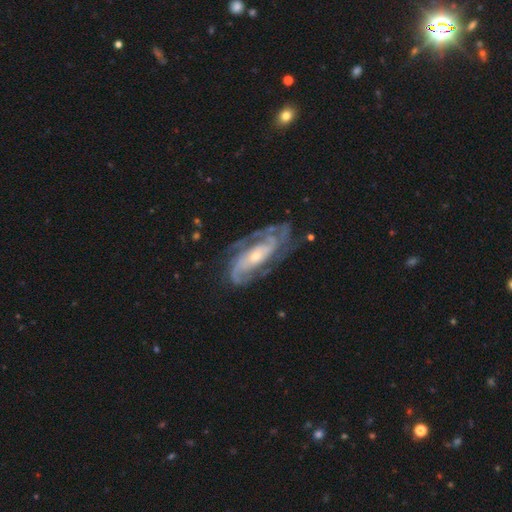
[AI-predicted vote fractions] This appears to be a featured or disk galaxy (90%) with no bar (50%), 2 (62%) tight (49%) spiral arms (97%) and a small central bulge (52%). Merging: none (72%).